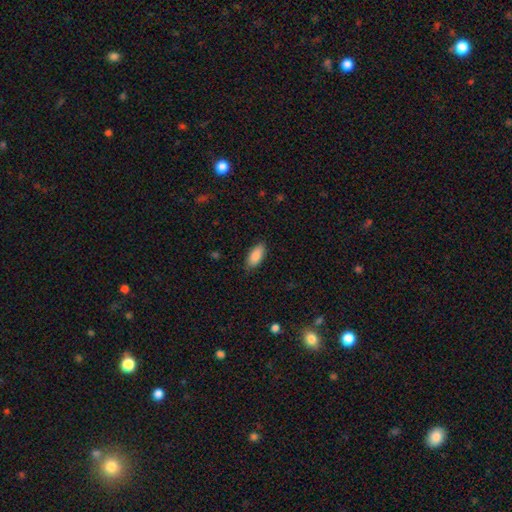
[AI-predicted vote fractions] Morphology: type=smooth (89%); roundness=in between (89%); merging=none (84%).